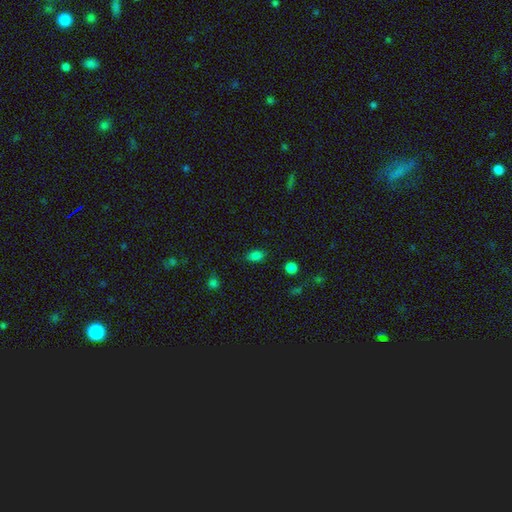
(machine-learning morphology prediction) smooth_or_featured: smooth (p=0.81) [alt: star or artifact p=0.14]
how_rounded: in between (p=0.80) [alt: round p=0.18]
merging: none (p=0.80) [alt: minor disturbance p=0.15]